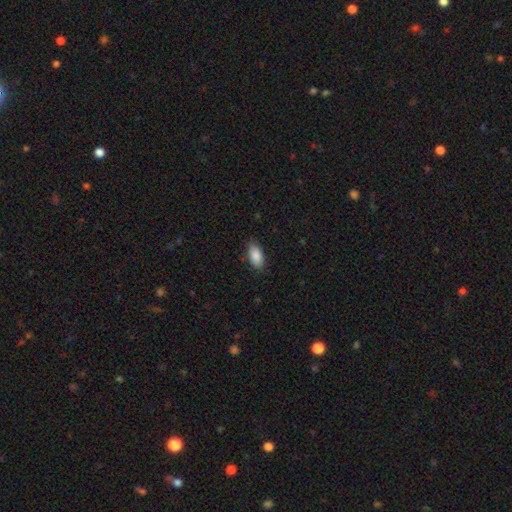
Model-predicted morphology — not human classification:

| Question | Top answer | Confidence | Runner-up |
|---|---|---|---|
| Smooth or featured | smooth | 88% | star or artifact (6%) |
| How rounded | in between | 93% | cigar-shaped (5%) |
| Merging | none | 85% | minor disturbance (12%) |